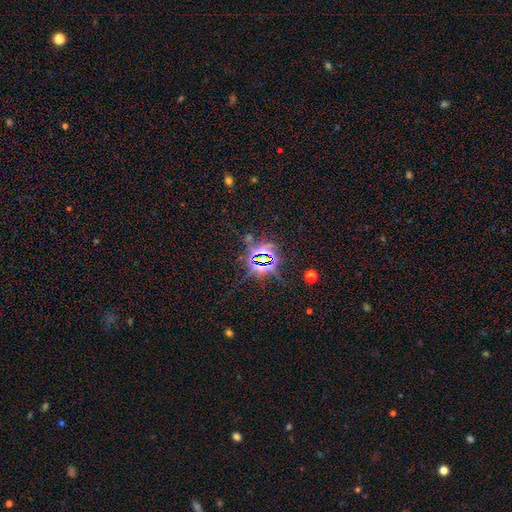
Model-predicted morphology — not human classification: star or artifact 83%, smooth 10%, featured or disk 8%.